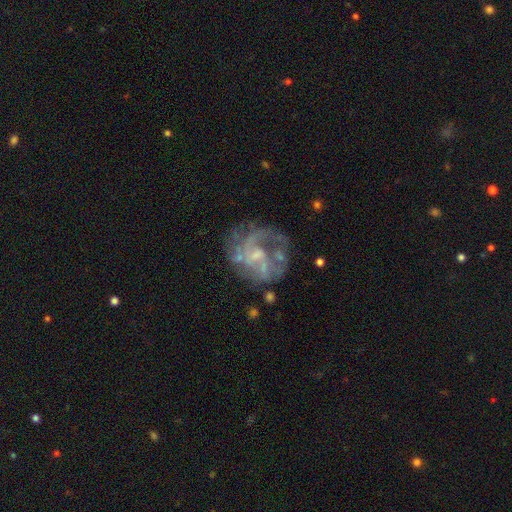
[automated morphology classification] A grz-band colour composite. It shows a featured or disk galaxy (78%) with no bar (55%), medium (41%) spiral arms (73%) and a small central bulge (42%). Merging: none (51%).